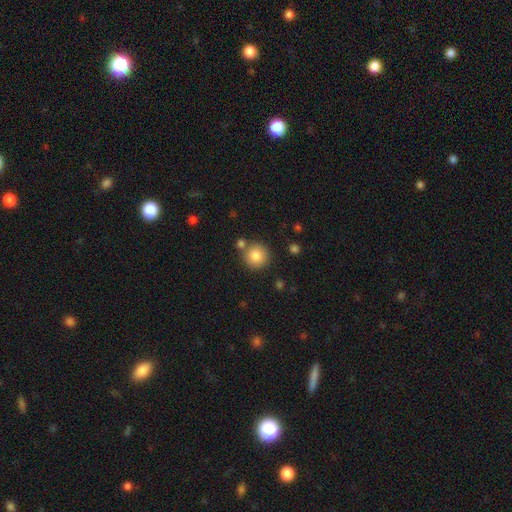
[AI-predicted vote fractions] Smooth or featured: smooth — 84% (star or artifact — 9%)
How rounded: round — 94% (in between — 5%)
Merging: none — 78% (merger — 11%)